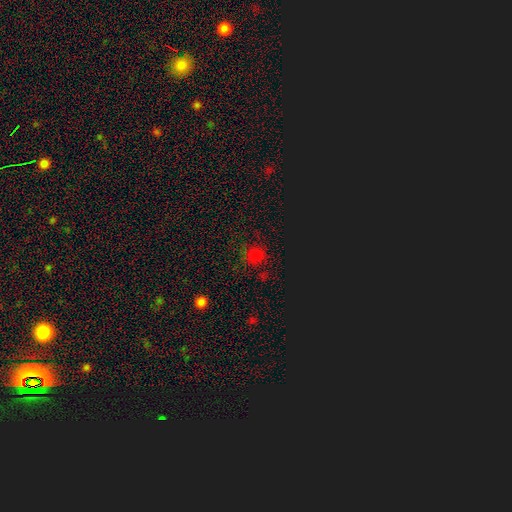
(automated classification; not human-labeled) The model was most divided on "smooth or featured": smooth: 59%, star or artifact: 35%, featured or disk: 6%. More confident: how rounded — round (86%); merging — none (76%).